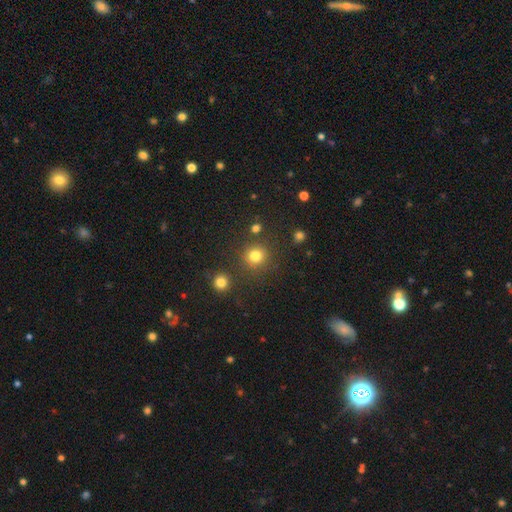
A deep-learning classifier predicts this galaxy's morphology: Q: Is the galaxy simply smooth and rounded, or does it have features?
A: smooth — 80%.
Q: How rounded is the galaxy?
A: round — 92%.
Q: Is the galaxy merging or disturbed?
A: none — 84%.